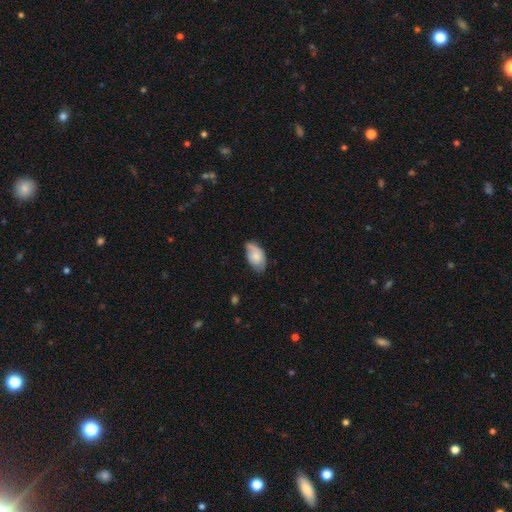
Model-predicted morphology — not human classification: type=smooth (72%); roundness=in between (94%); merging=none (56%).